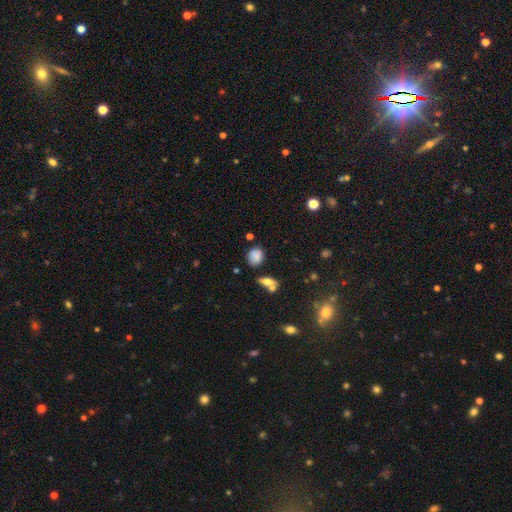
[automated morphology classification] This appears to be a smooth galaxy with no disk features (77%) that is round (50%). Merging: none (59%).